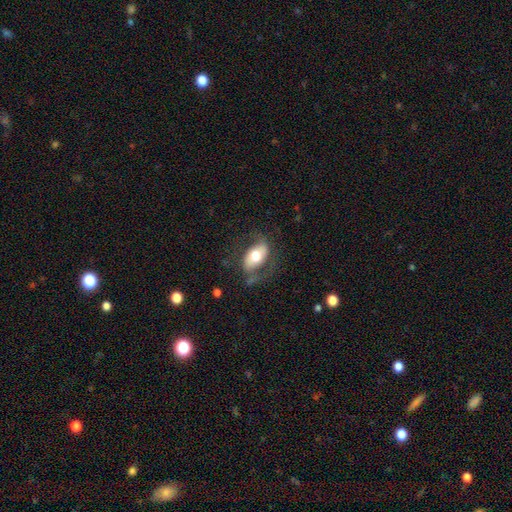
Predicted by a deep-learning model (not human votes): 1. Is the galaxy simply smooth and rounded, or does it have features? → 49% smooth, 45% featured or disk, 6% star or artifact.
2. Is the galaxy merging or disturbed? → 60% none, 21% minor disturbance, 17% major disturbance, 2% merger.